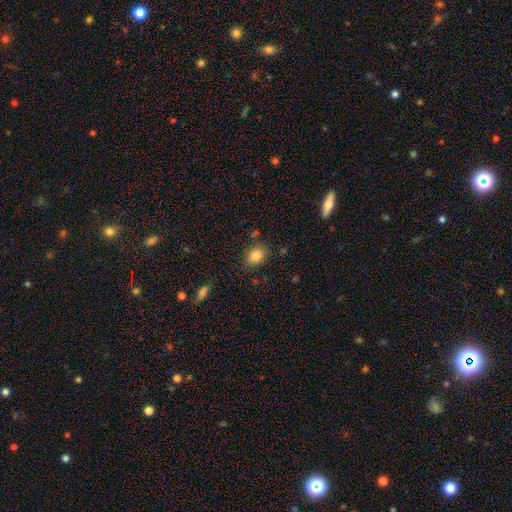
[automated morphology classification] Smooth or featured? Predicted: smooth (p=0.85). How rounded? Predicted: in between (p=0.71). Merging? Predicted: none (p=0.80).